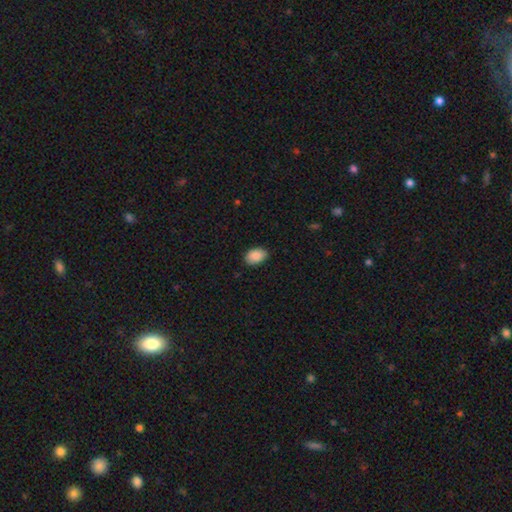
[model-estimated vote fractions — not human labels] This is clearly a smooth galaxy (88%). How rounded: clearly in between (88%). Merging: clearly none (83%).